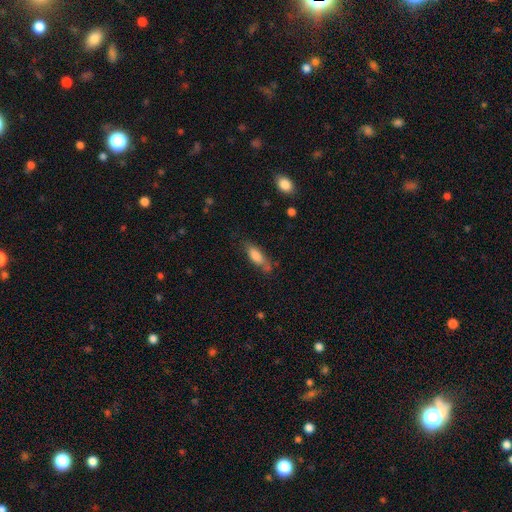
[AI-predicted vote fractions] A smooth galaxy with no disk features (77%) that is in between round and cigar-shaped (60%).

Vote fractions:
- Smooth or featured? smooth: 77% / featured or disk: 16% / star or artifact: 7%
- How rounded? in between: 60% / cigar-shaped: 37% / round: 2%
- Merging? none: 60% / minor disturbance: 27% / major disturbance: 8% / merger: 5%